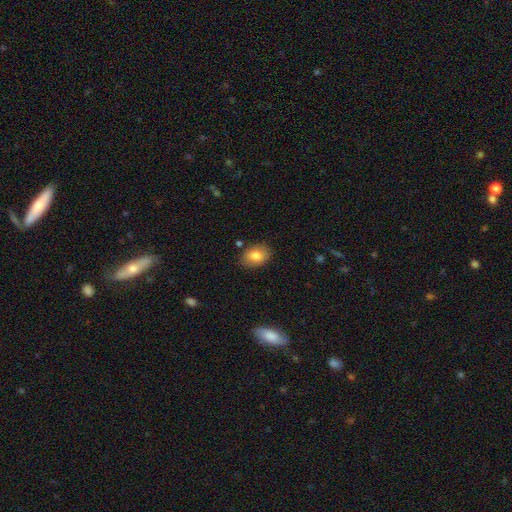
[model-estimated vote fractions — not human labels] smooth-or-featured: smooth: 81% | featured or disk: 11% | star or artifact: 8%
  how-rounded: in between: 80% | round: 18% | cigar-shaped: 1%
  merging: none: 83% | minor disturbance: 12% | major disturbance: 3% | merger: 2%